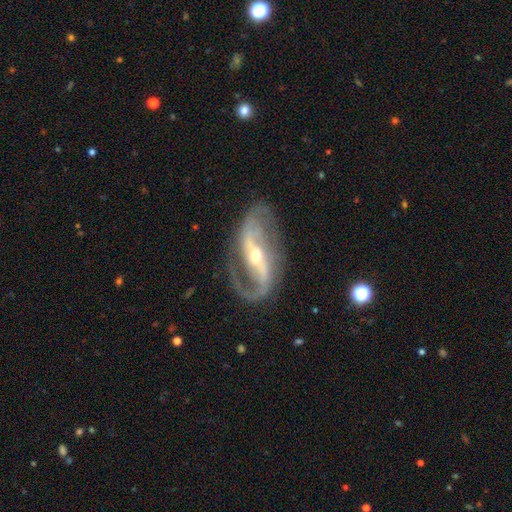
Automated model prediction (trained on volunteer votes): smooth-or-featured: featured or disk: 91% | star or artifact: 5% | smooth: 4%
  disk-edge-on: no: 95% | yes: 5%
    bar: strong: 55% | weak: 27% | no: 18%
    has-spiral-arms: yes: 97% | no: 3%
      spiral-winding: medium: 45% | loose: 40% | tight: 15%
      spiral-arm-count: 2: 90% | 1: 4% | can't tell: 3% | 3: 2% | 4: 1% | more than 4: 1%
    bulge-size: small: 51% | moderate: 45% | large: 2% | none: 1% | dominant: 1%
  merging: none: 75% | minor disturbance: 14% | major disturbance: 9% | merger: 2%